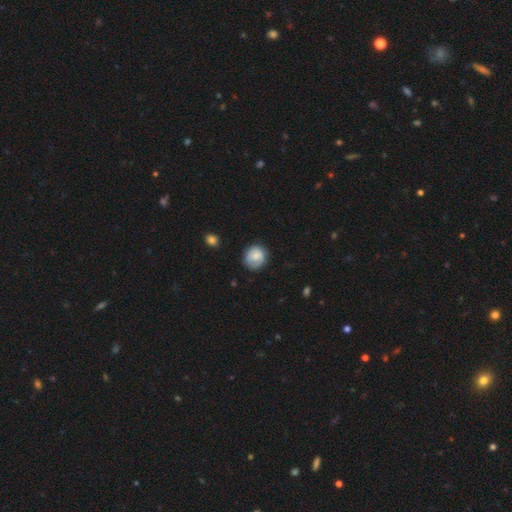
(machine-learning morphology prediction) Q: Smooth or featured?
A: smooth (72%); runner-up: featured or disk (21%)
Q: How rounded?
A: round (82%); runner-up: in between (17%)
Q: Merging?
A: none (73%); runner-up: minor disturbance (20%)